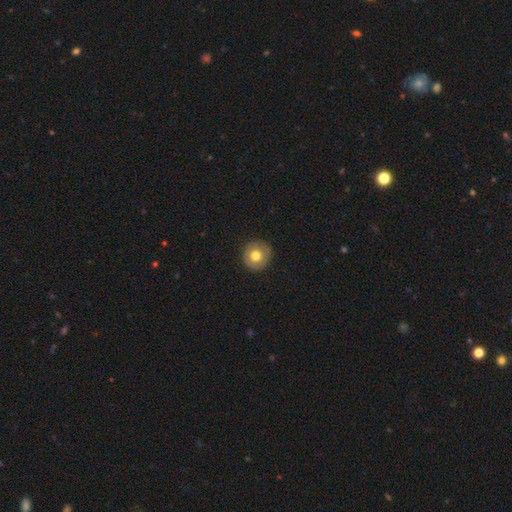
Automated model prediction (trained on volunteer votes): Morphology: type=smooth (67%); roundness=round (93%); merging=none (88%).